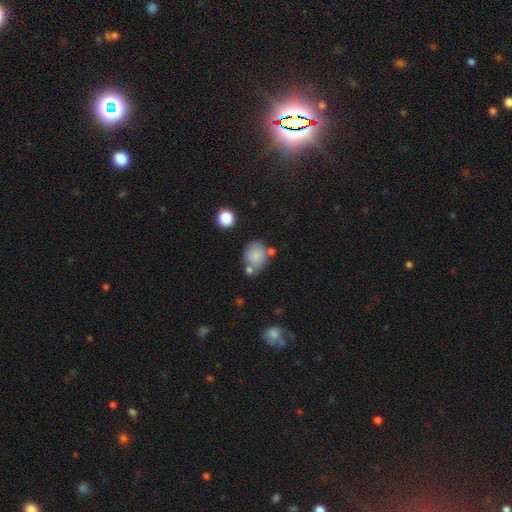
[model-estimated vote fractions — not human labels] This appears to be a smooth galaxy with no disk features (76%) that is round (53%). Merging: none (52%).